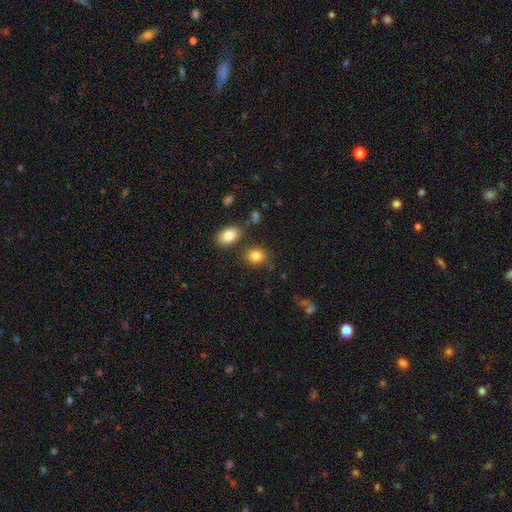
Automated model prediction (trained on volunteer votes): The model was most divided on "how rounded": round: 63%, in between: 36%, cigar-shaped: 1%. More confident: smooth or featured — smooth (83%); merging — none (76%).